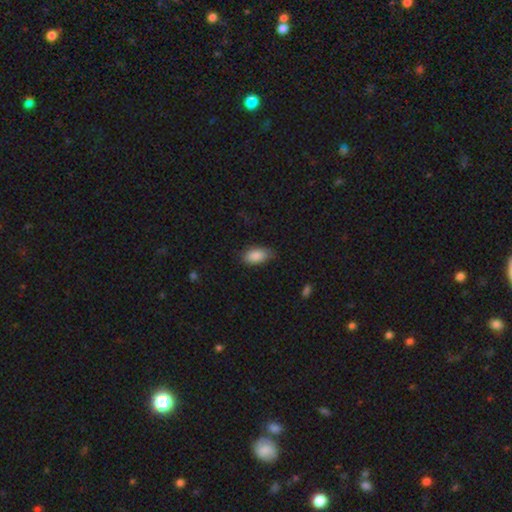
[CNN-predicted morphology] Smooth or featured? smooth (88%)
How rounded? in between (92%)
Merging? none (71%)